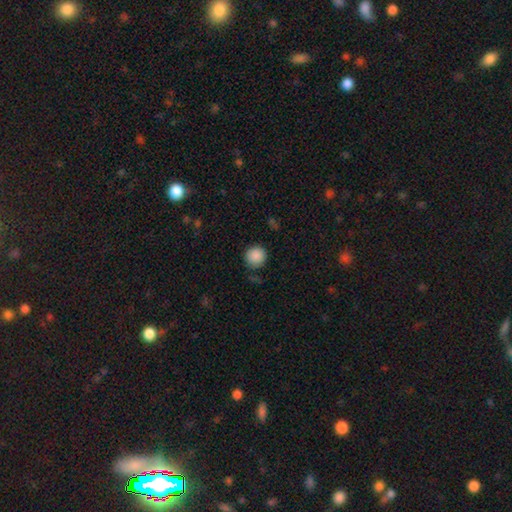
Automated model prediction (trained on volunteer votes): A smooth galaxy with no disk features (89%) that is round (94%).

Vote fractions:
- Smooth or featured? smooth: 89% / star or artifact: 8% / featured or disk: 3%
- How rounded? round: 94% / in between: 5% / cigar-shaped: 1%
- Merging? none: 85% / minor disturbance: 10% / major disturbance: 3% / merger: 2%